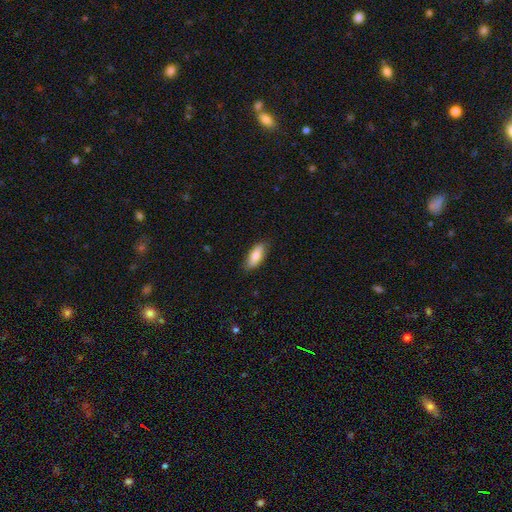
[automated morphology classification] This is clearly a smooth galaxy (81%). How rounded: likely in between (79%). Merging: clearly none (85%).